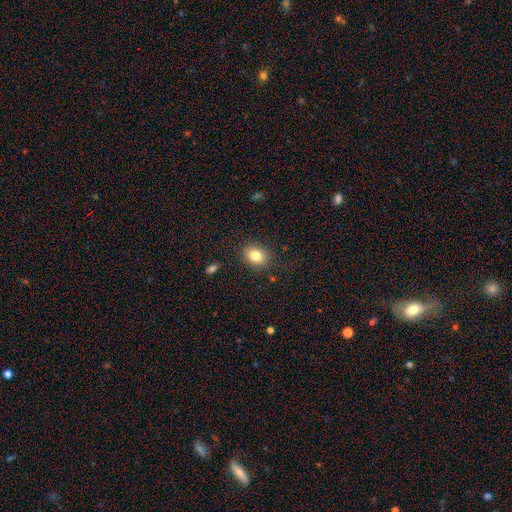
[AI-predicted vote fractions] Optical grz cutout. It shows a smooth galaxy with no disk features (81%) that is in between round and cigar-shaped (55%). Merging: none (84%).